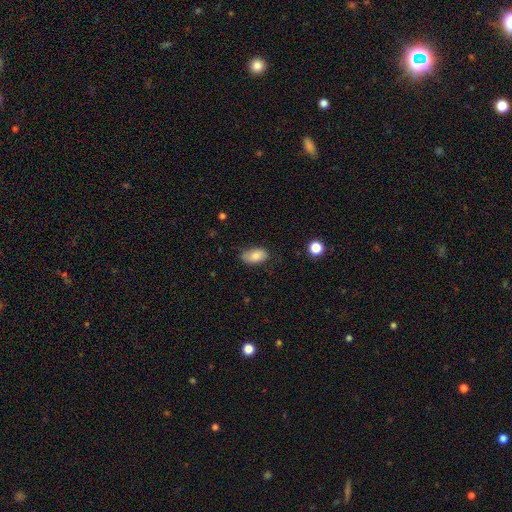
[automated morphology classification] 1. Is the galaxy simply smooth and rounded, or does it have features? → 82% smooth, 10% featured or disk, 8% star or artifact.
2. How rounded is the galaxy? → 93% in between, 5% round, 2% cigar-shaped.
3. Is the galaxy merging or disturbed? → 71% none, 23% minor disturbance, 4% major disturbance, 1% merger.